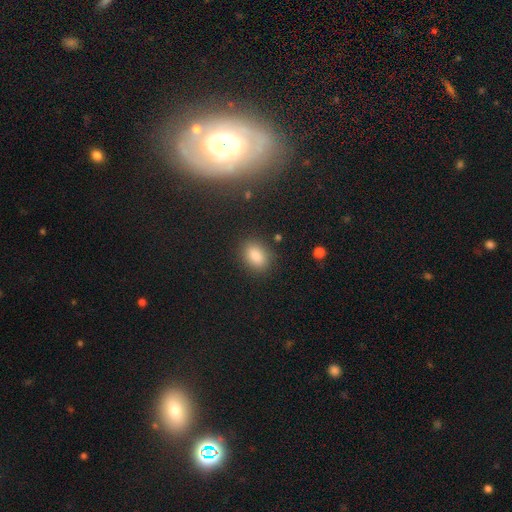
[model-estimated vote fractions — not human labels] A smooth galaxy with no disk features (87%) that is in between round and cigar-shaped (82%).

Vote fractions:
- Smooth or featured? smooth: 87% / star or artifact: 9% / featured or disk: 4%
- How rounded? in between: 82% / round: 16% / cigar-shaped: 2%
- Merging? none: 84% / minor disturbance: 10% / major disturbance: 3% / merger: 2%